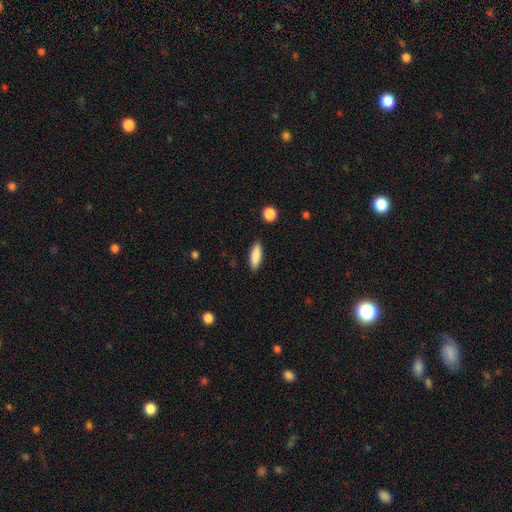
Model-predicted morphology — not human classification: smooth-or-featured: smooth: 86% | featured or disk: 8% | star or artifact: 6%
  how-rounded: in between: 54% | cigar-shaped: 44% | round: 2%
  merging: none: 88% | minor disturbance: 8% | major disturbance: 2% | merger: 2%